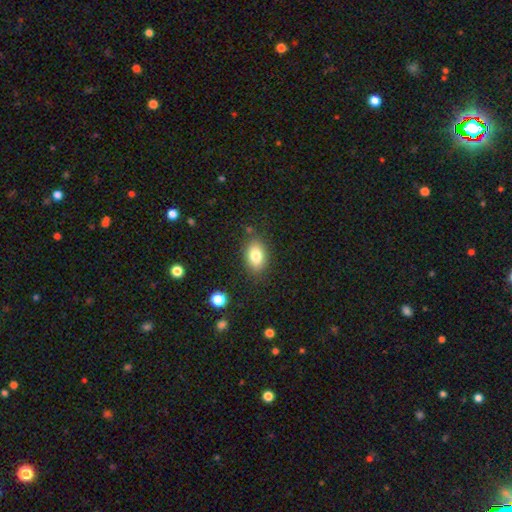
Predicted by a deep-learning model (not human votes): This is clearly a smooth galaxy (81%). How rounded: clearly in between (86%). Merging: clearly none (83%).